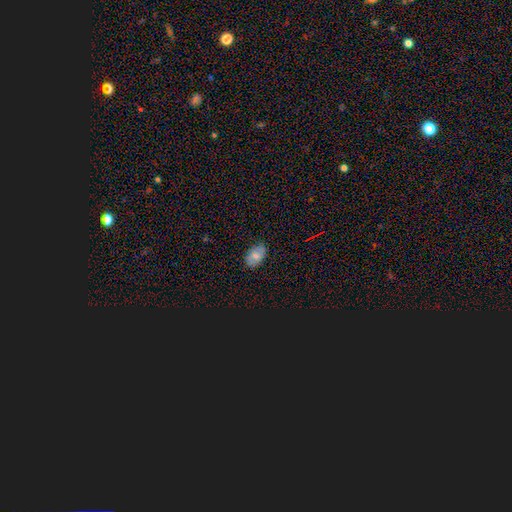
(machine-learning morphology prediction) A smooth galaxy with no disk features (70%) that is in between round and cigar-shaped (89%). Merging: none (80%).